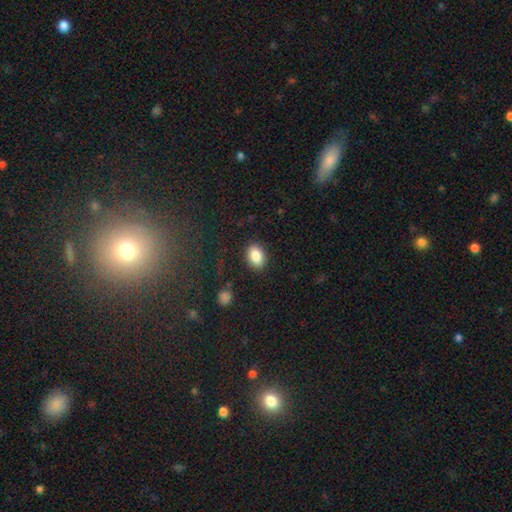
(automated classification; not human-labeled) Morphology: type=smooth (85%); roundness=in between (81%); merging=none (87%).